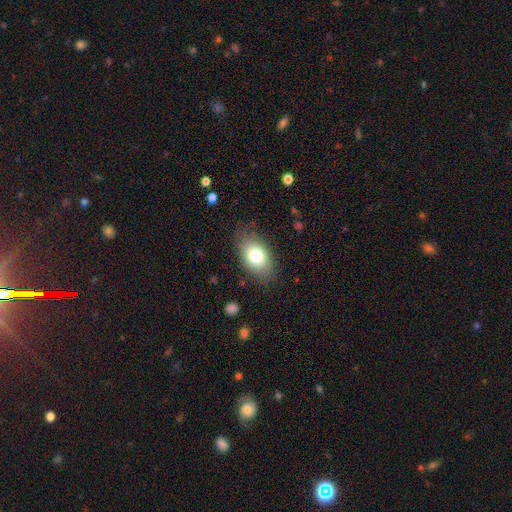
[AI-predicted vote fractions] Overall: smooth (78%). How rounded: in between (87%). Merging: none (77%).